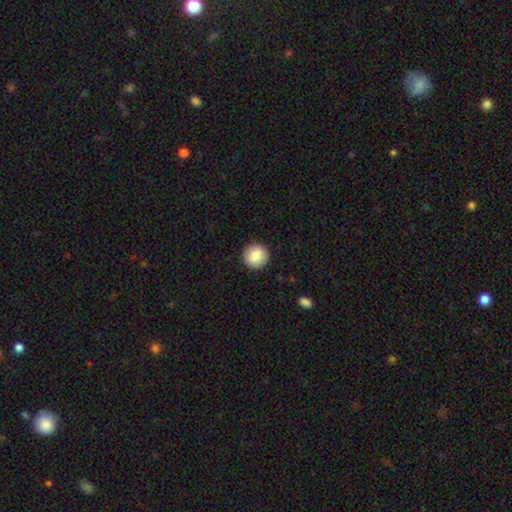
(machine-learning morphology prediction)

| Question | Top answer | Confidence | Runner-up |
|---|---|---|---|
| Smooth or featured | smooth | 85% | star or artifact (8%) |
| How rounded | round | 94% | in between (5%) |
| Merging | none | 92% | minor disturbance (6%) |